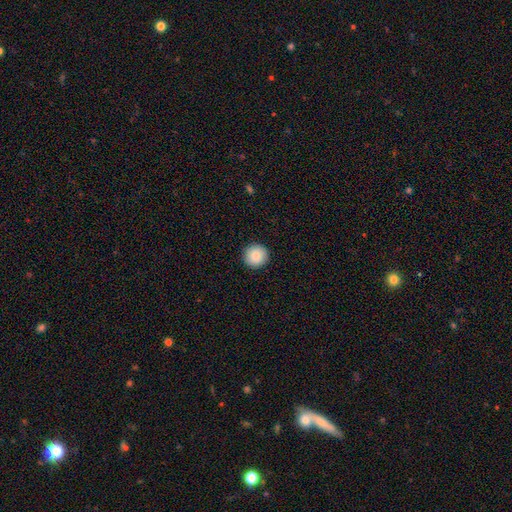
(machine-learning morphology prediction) This is clearly a smooth galaxy (88%). How rounded: clearly round (95%). Merging: clearly none (93%).